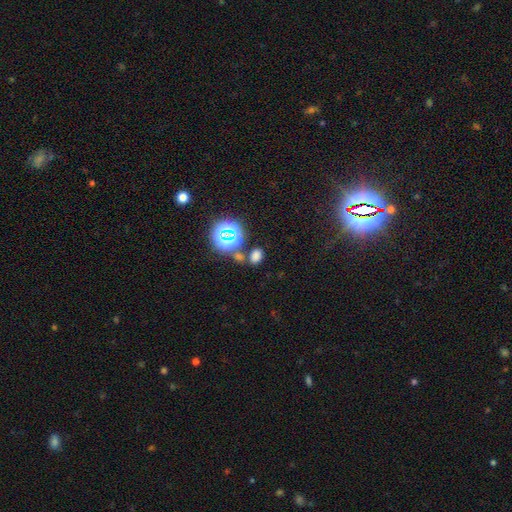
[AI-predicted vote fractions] smooth-or-featured: smooth: 67% | star or artifact: 27% | featured or disk: 6%
  how-rounded: in between: 71% | round: 28% | cigar-shaped: 2%
  merging: none: 67% | merger: 18% | minor disturbance: 11% | major disturbance: 5%